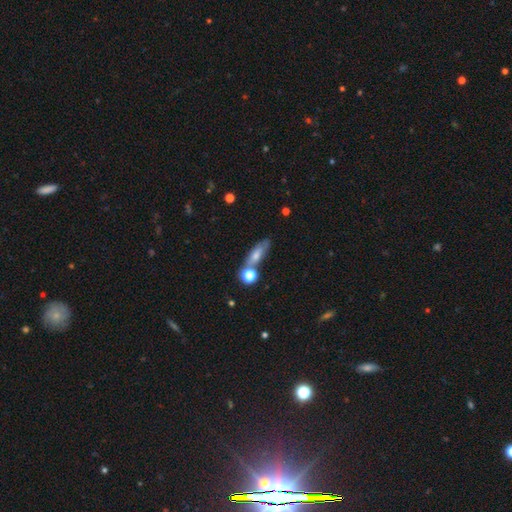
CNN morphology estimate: A smooth galaxy with no disk features (61%) that is in between round and cigar-shaped (49%). Merging: none (54%).